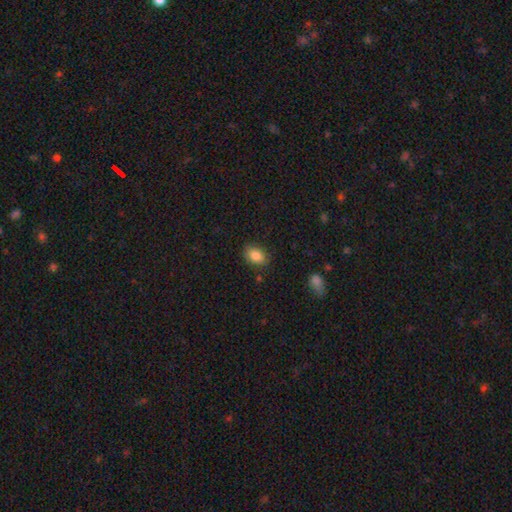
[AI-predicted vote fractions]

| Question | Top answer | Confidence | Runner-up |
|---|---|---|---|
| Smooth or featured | smooth | 85% | star or artifact (8%) |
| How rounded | in between | 80% | round (19%) |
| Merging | none | 83% | minor disturbance (13%) |